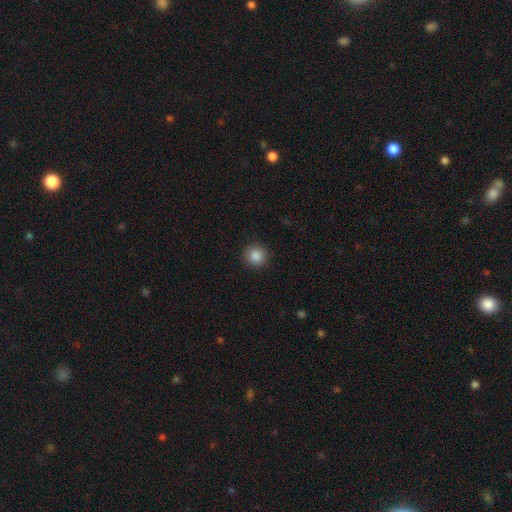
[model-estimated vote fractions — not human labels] Q: Smooth or featured?
A: smooth (87%); runner-up: star or artifact (10%)
Q: How rounded?
A: round (94%); runner-up: in between (5%)
Q: Merging?
A: none (92%); runner-up: minor disturbance (5%)